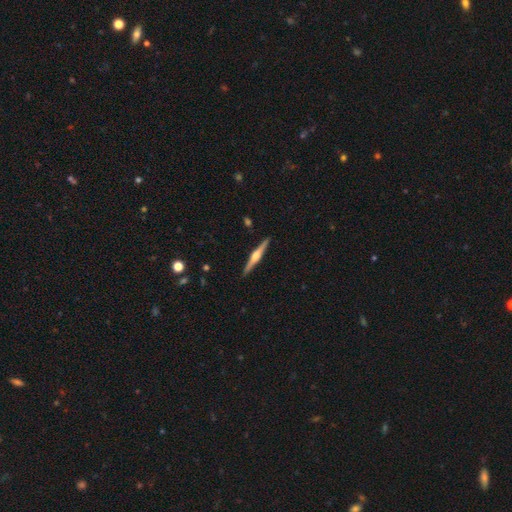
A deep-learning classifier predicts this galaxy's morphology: Q: Smooth or featured?
A: featured or disk (75%); runner-up: smooth (20%)
Q: Edge-on disk?
A: yes (98%); runner-up: no (2%)
Q: Edge-on bulge?
A: rounded (87%); runner-up: boxy (9%)
Q: Merging?
A: none (92%); runner-up: minor disturbance (6%)